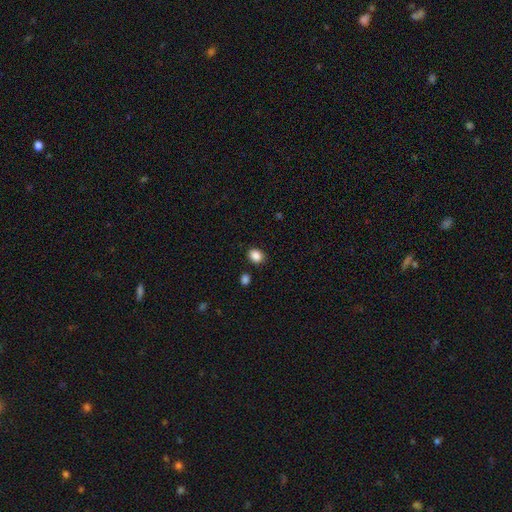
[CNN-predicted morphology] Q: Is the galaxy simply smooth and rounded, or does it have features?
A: smooth — 87%.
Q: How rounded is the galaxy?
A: in between — 55%.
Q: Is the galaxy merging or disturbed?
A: none — 84%.